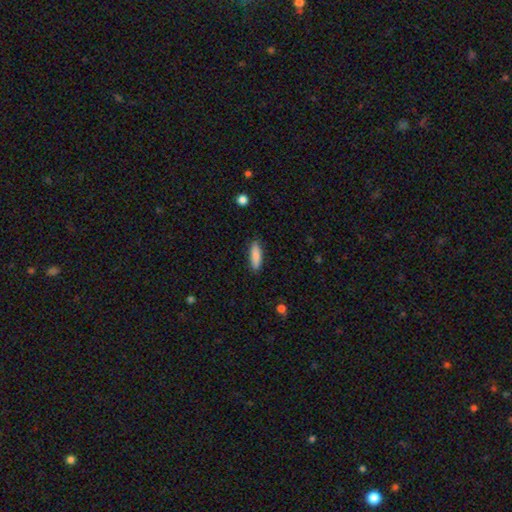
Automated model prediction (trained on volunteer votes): Smooth or featured? smooth (86%)
How rounded? cigar-shaped (56%)
Merging? none (87%)